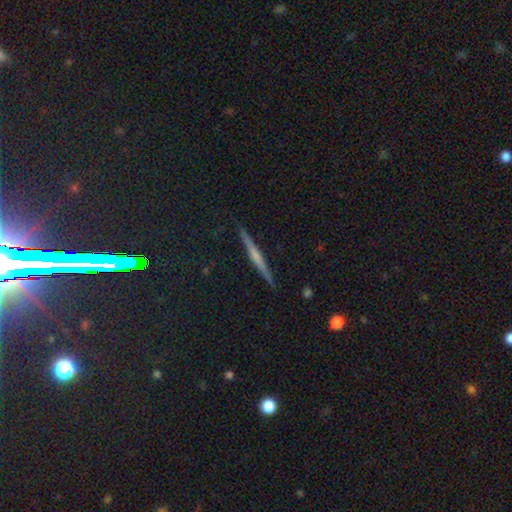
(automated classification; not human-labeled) A featured or disk galaxy (63%) viewed edge-on (98%) with a rounded central bulge (54%). Merging: none (92%).